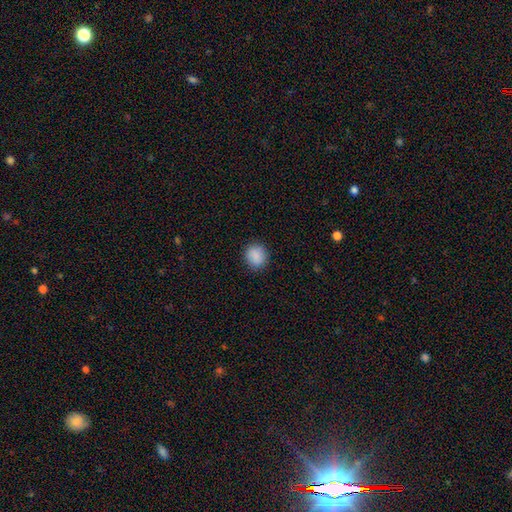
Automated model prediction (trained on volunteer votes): Smooth or featured? smooth (88%)
How rounded? round (80%)
Merging? none (89%)